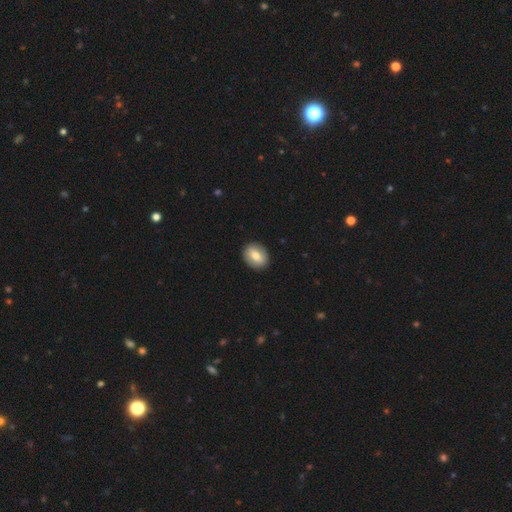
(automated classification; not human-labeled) Smooth or featured? smooth (71%)
How rounded? in between (56%)
Merging? none (90%)